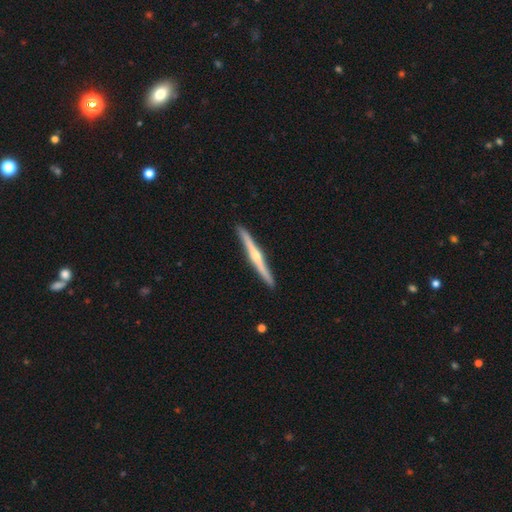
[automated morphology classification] A featured or disk galaxy (73%) viewed edge-on (98%) with a rounded central bulge (80%). Merging: none (92%).